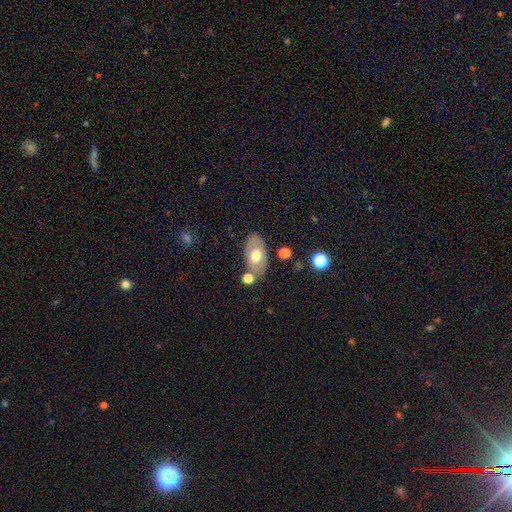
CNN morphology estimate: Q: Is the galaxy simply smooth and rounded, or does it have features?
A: smooth — 59%.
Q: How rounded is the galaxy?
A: in between — 90%.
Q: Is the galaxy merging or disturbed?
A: none — 73%.